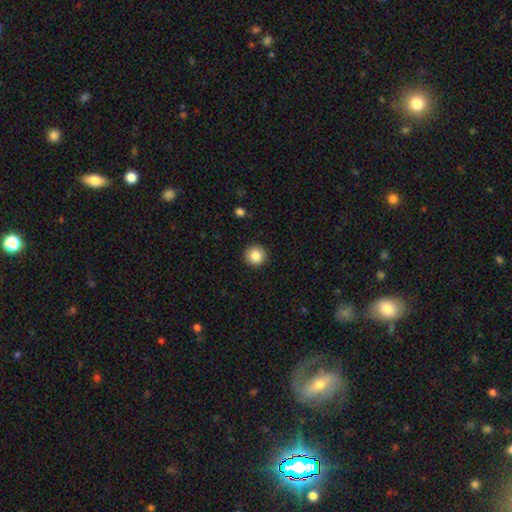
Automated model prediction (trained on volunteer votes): This is clearly a smooth galaxy (85%). How rounded: clearly round (95%). Merging: clearly none (92%).